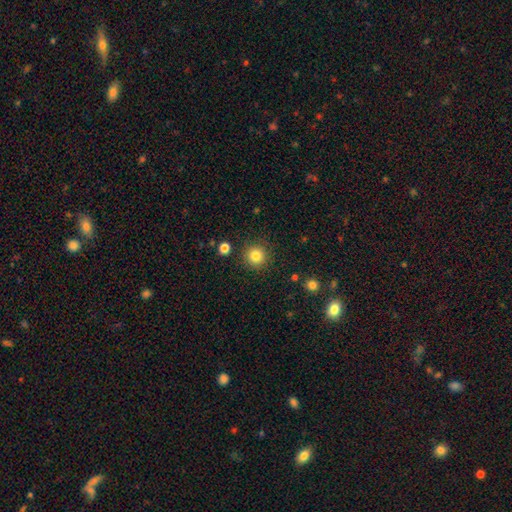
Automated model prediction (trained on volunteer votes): A smooth galaxy with no disk features (84%) that is round (95%).

Vote fractions:
- Smooth or featured? smooth: 84% / star or artifact: 11% / featured or disk: 5%
- How rounded? round: 95% / in between: 4% / cigar-shaped: 1%
- Merging? none: 90% / minor disturbance: 6% / major disturbance: 2% / merger: 2%